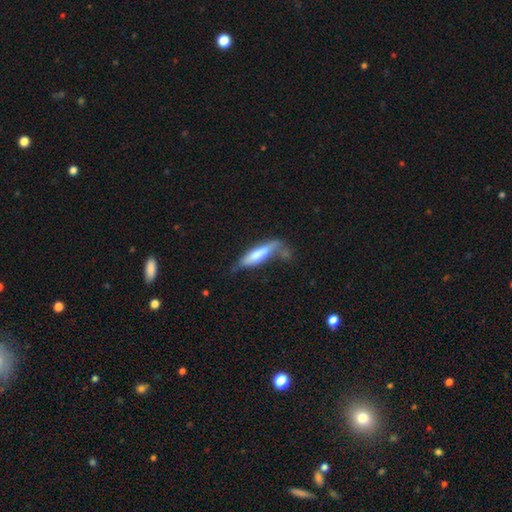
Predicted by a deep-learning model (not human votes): smooth_or_featured: smooth (p=0.64) [alt: featured or disk p=0.29]
how_rounded: cigar-shaped (p=0.72) [alt: in between p=0.26]
merging: none (p=0.37) [alt: minor disturbance p=0.29]